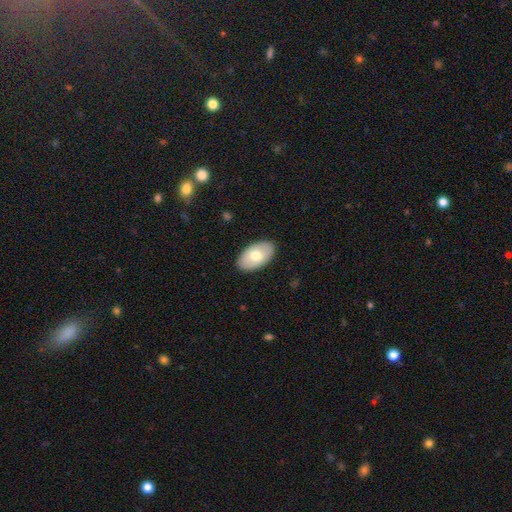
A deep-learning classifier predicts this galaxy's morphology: smooth 67%, featured or disk 27%, star or artifact 5%. Down the decision tree: how rounded — in between (94%); merging — none (88%).